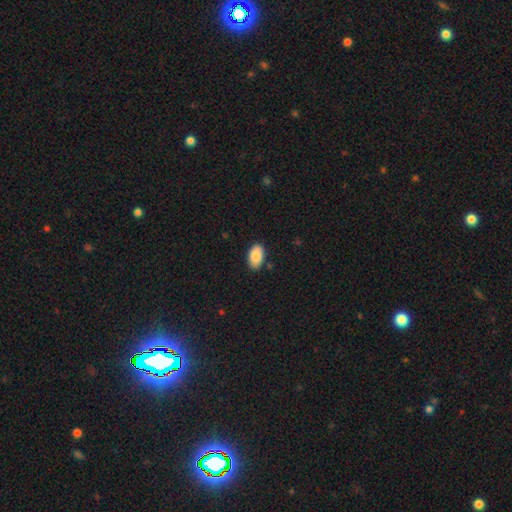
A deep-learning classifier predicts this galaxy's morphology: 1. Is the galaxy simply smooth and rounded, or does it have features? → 87% smooth, 7% featured or disk, 6% star or artifact.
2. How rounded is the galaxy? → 94% in between, 5% round, 1% cigar-shaped.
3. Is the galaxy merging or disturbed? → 84% none, 12% minor disturbance, 2% major disturbance, 2% merger.